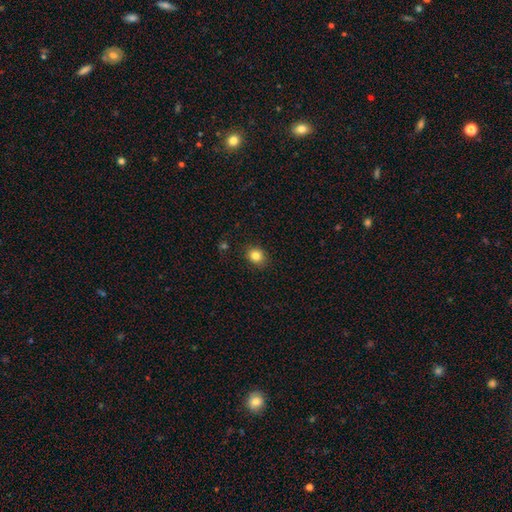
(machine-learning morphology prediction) type=smooth (84%); roundness=round (66%); merging=none (87%).